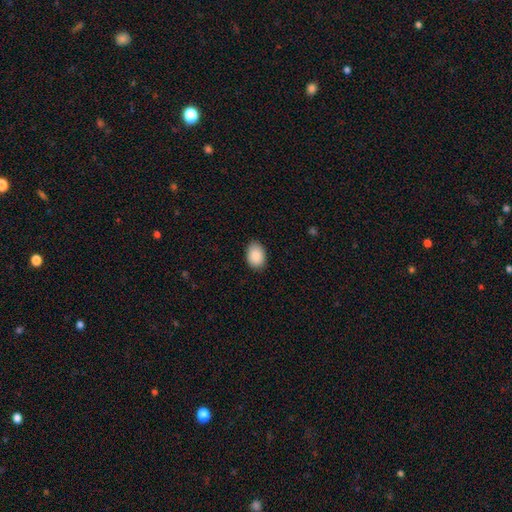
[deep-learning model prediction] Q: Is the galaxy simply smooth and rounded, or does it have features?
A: smooth — 90%.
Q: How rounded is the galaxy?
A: in between — 84%.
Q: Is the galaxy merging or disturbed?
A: none — 87%.